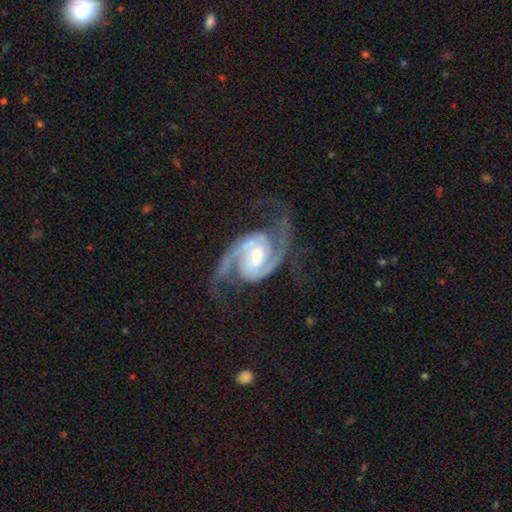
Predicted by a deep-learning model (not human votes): smooth_or_featured: featured or disk (p=0.93) [alt: star or artifact p=0.04]
disk_edge_on: no (p=0.98) [alt: yes p=0.02]
bar: no (p=0.41) [alt: weak p=0.39]
has_spiral_arms: yes (p=0.99) [alt: no p=0.01]
spiral_winding: medium (p=0.60) [alt: tight p=0.20]
spiral_arm_count: 2 (p=0.93) [alt: 3 p=0.02]
bulge_size: small (p=0.50) [alt: moderate p=0.38]
merging: none (p=0.75) [alt: minor disturbance p=0.14]